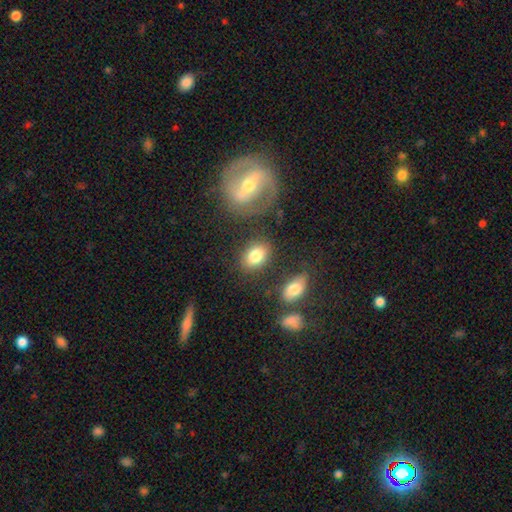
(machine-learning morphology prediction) smooth-or-featured: smooth: 81% | featured or disk: 11% | star or artifact: 8%
  how-rounded: in between: 75% | round: 23% | cigar-shaped: 1%
  merging: none: 75% | minor disturbance: 13% | merger: 6% | major disturbance: 5%